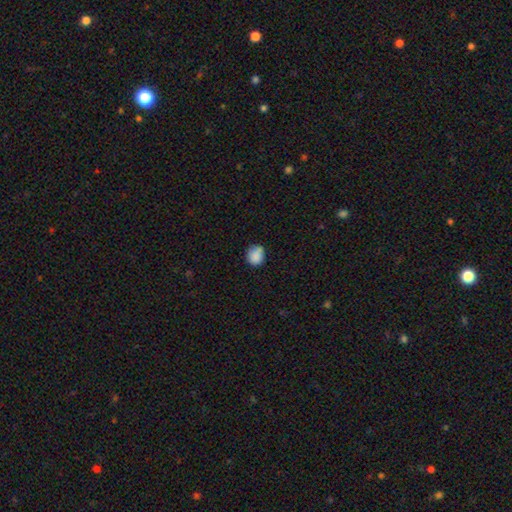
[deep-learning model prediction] Q: Smooth or featured?
A: smooth (86%); runner-up: star or artifact (9%)
Q: How rounded?
A: round (69%); runner-up: in between (30%)
Q: Merging?
A: none (66%); runner-up: minor disturbance (26%)